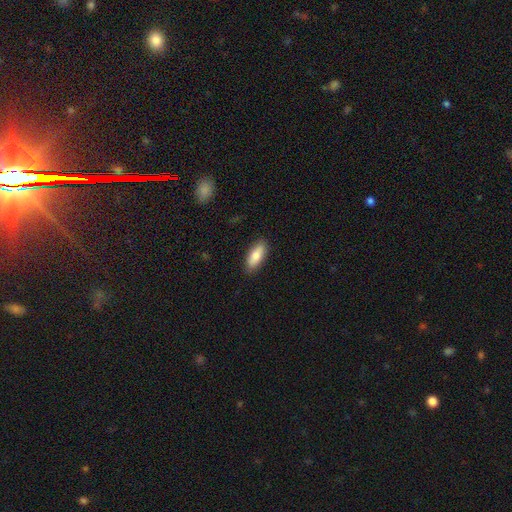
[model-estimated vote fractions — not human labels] Smooth or featured? smooth (81%)
How rounded? in between (76%)
Merging? none (87%)